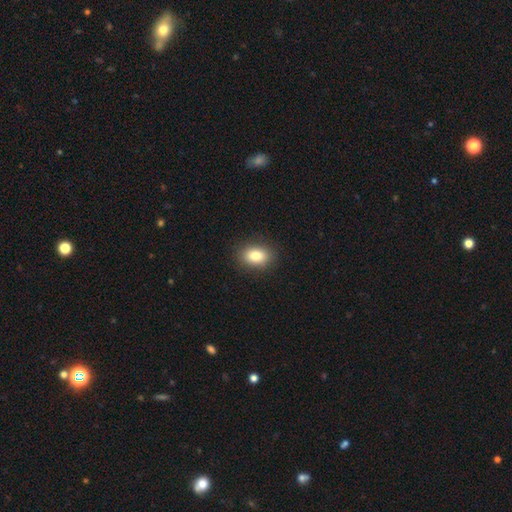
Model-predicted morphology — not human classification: smooth 83%, star or artifact 9%, featured or disk 8%. Down the decision tree: how rounded — in between (76%); merging — none (89%).